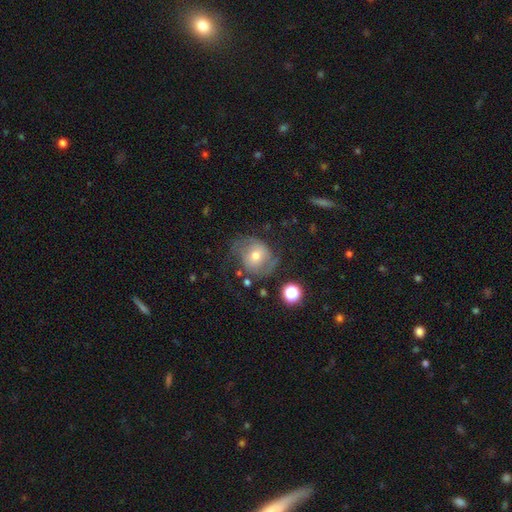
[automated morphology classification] smooth_or_featured: featured or disk (p=0.55) [alt: smooth p=0.35]
disk_edge_on: no (p=0.97) [alt: yes p=0.03]
bar: no (p=0.68) [alt: weak p=0.25]
has_spiral_arms: yes (p=0.77) [alt: no p=0.23]
bulge_size: moderate (p=0.61) [alt: small p=0.32]
merging: none (p=0.49) [alt: major disturbance p=0.24]